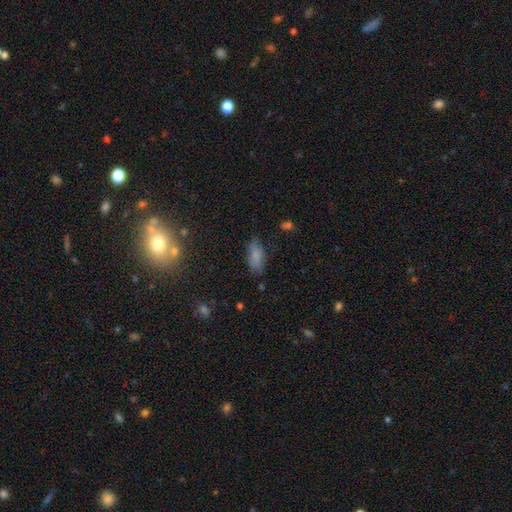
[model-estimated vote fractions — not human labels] Smooth or featured: smooth — 79% (featured or disk — 11%)
How rounded: in between — 88% (cigar-shaped — 10%)
Merging: none — 71% (minor disturbance — 21%)